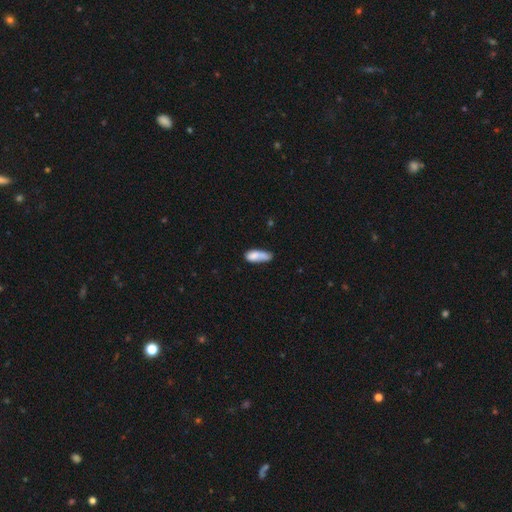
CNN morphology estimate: A smooth galaxy with no disk features (77%) that is in between round and cigar-shaped (65%).

Vote fractions:
- Smooth or featured? smooth: 77% / featured or disk: 15% / star or artifact: 8%
- How rounded? in between: 65% / cigar-shaped: 33% / round: 3%
- Merging? none: 38% / minor disturbance: 32% / merger: 16% / major disturbance: 13%